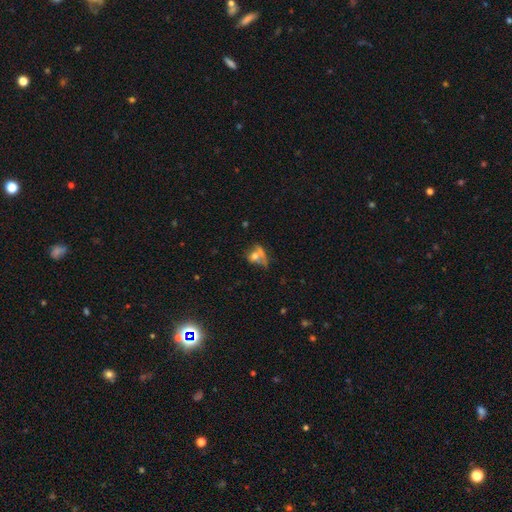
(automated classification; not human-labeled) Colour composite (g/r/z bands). It shows a smooth galaxy with no disk features (58%) that is round (48%). Merging: merger (39%).